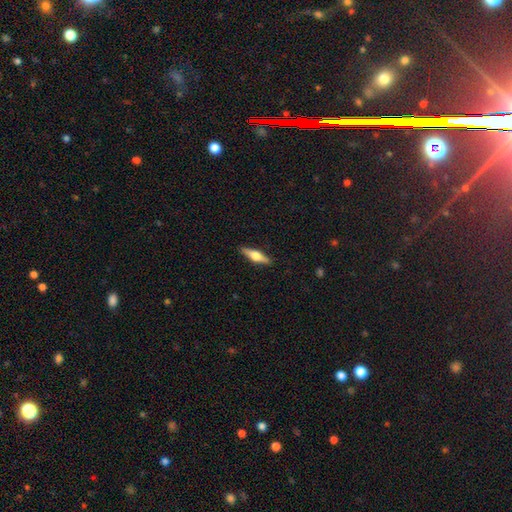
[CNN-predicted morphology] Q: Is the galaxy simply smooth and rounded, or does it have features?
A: featured or disk — 57%.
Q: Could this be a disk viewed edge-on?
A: yes — 96%.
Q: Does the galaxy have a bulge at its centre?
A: rounded — 93%.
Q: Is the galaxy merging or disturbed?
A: none — 90%.